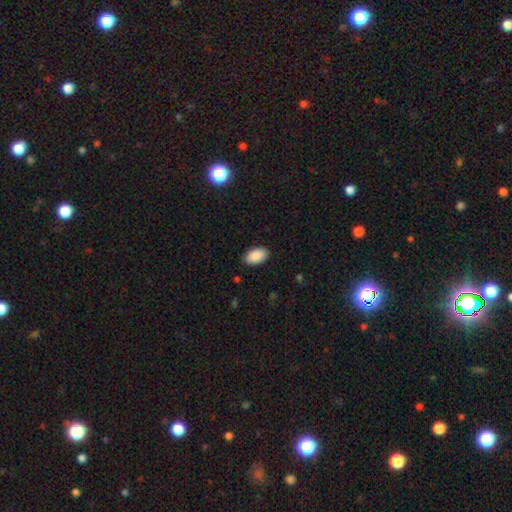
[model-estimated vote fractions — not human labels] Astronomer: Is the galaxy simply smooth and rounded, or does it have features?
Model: smooth — 90%.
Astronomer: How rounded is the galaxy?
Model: in between — 94%.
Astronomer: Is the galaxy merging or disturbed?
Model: none — 88%.